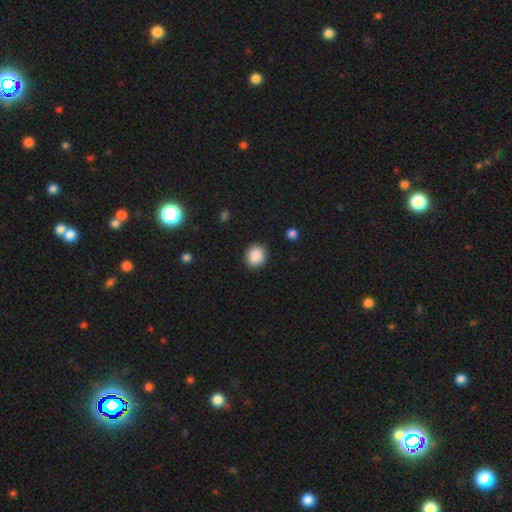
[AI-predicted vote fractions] This appears to be a smooth galaxy with no disk features (89%) that is round (75%). Merging: none (90%).